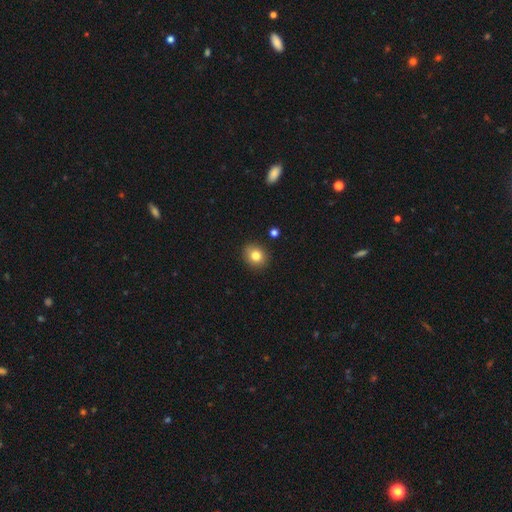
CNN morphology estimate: type=smooth (81%); roundness=round (72%); merging=none (89%).